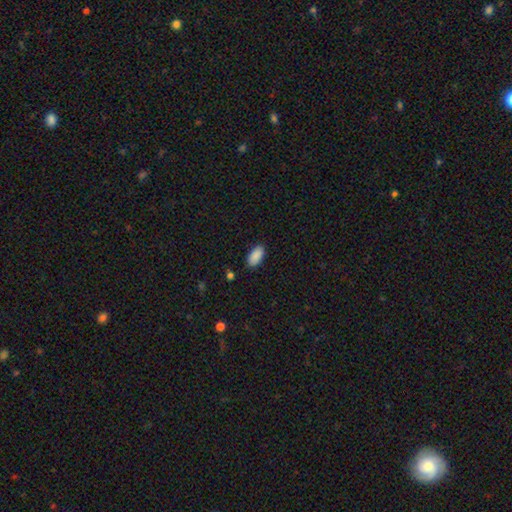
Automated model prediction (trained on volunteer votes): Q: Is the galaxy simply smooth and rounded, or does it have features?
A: smooth — 90%.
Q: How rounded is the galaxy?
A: in between — 94%.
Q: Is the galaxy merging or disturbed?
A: none — 87%.